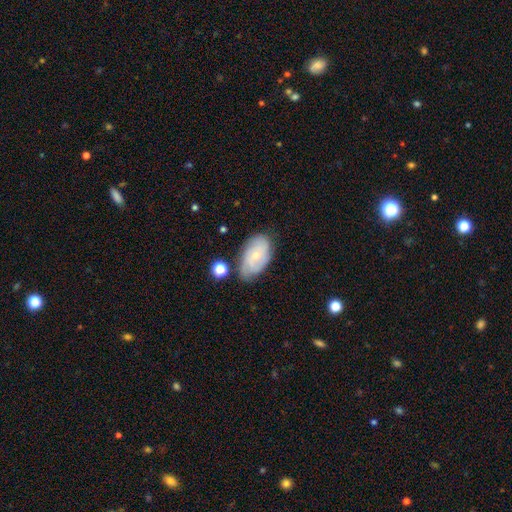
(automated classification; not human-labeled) Smooth or featured: featured or disk — 52% (smooth — 41%)
Edge-on disk: no — 95% (yes — 5%)
Merging: none — 63% (minor disturbance — 25%)